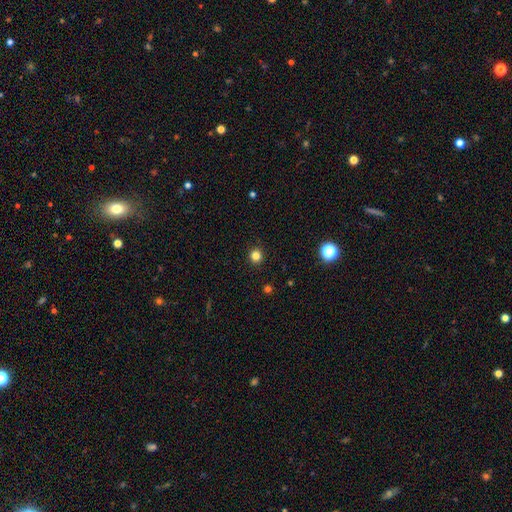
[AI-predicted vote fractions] Smooth or featured? Predicted: smooth (p=0.82). How rounded? Predicted: round (p=0.93). Merging? Predicted: none (p=0.92).